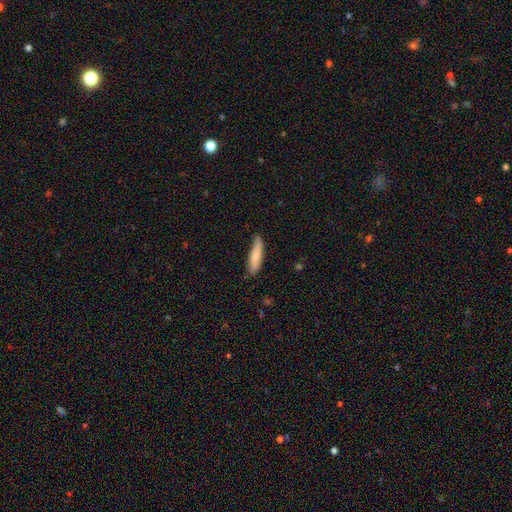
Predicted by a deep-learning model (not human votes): Overall: smooth (75%). How rounded: cigar-shaped (74%). Merging: none (76%).